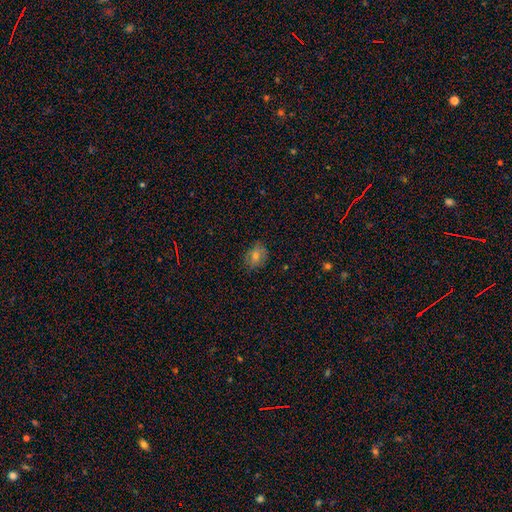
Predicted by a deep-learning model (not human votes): smooth_or_featured: smooth (p=0.58) [alt: featured or disk p=0.25]
how_rounded: in between (p=0.51) [alt: round p=0.48]
merging: none (p=0.80) [alt: minor disturbance p=0.15]